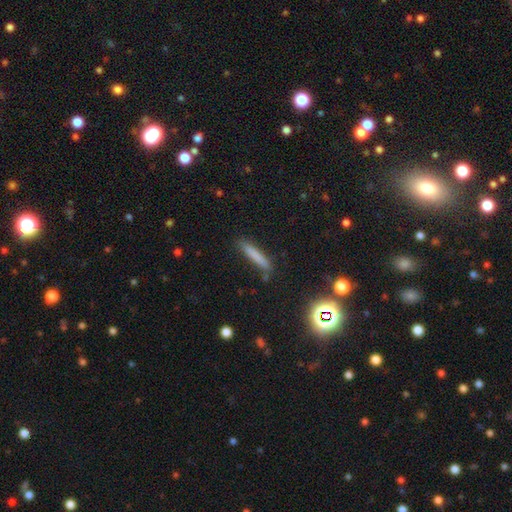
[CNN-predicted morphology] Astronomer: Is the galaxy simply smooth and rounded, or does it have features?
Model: smooth — 76%.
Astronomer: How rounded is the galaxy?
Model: cigar-shaped — 92%.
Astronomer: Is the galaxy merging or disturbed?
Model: none — 84%.